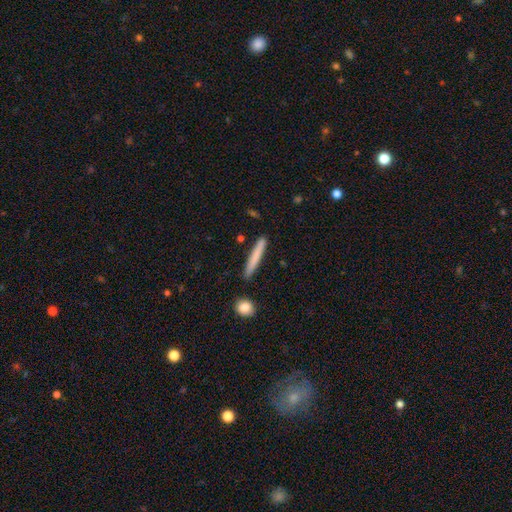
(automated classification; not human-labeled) Smooth or featured: smooth — 73% (featured or disk — 21%)
How rounded: cigar-shaped — 96% (in between — 3%)
Merging: none — 89% (minor disturbance — 8%)